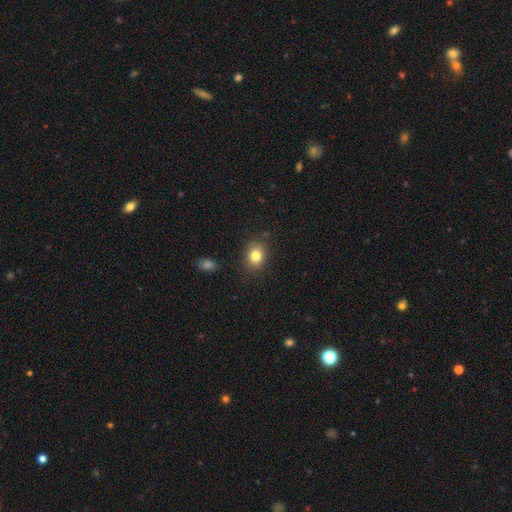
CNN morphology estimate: A smooth galaxy with no disk features (82%) that is in between round and cigar-shaped (53%).

Vote fractions:
- Smooth or featured? smooth: 82% / star or artifact: 10% / featured or disk: 8%
- How rounded? in between: 53% / round: 46% / cigar-shaped: 1%
- Merging? none: 82% / minor disturbance: 12% / major disturbance: 3% / merger: 2%